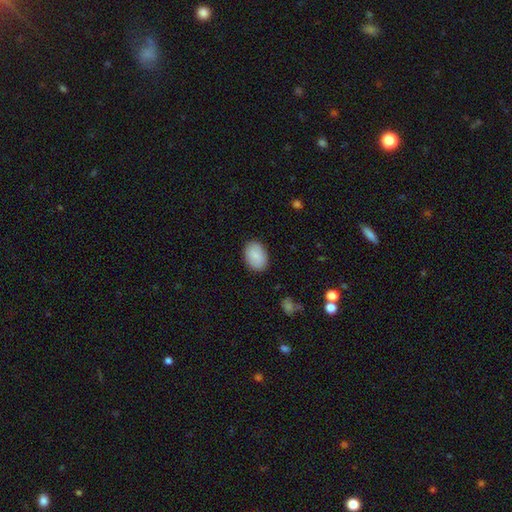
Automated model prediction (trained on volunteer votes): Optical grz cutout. It shows a smooth galaxy with no disk features (88%) that is in between round and cigar-shaped (85%). Merging: none (88%).